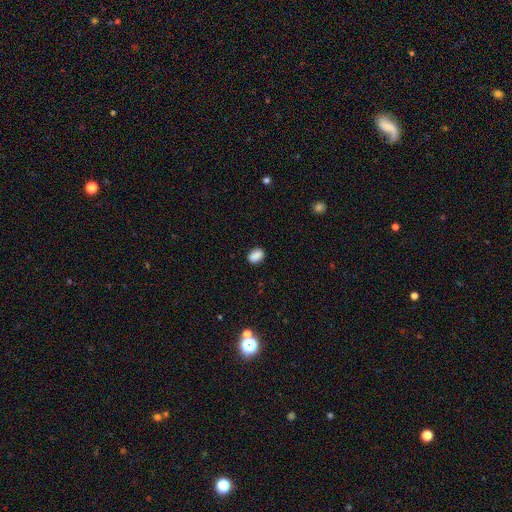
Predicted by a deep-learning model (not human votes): smooth-or-featured: smooth: 88% | star or artifact: 9% | featured or disk: 3%
  how-rounded: in between: 85% | round: 13% | cigar-shaped: 2%
  merging: none: 86% | minor disturbance: 10% | major disturbance: 2% | merger: 1%